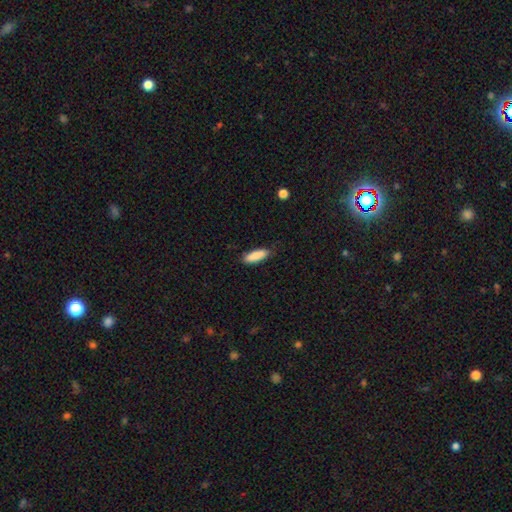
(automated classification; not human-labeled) A smooth galaxy with no disk features (87%) that is in between round and cigar-shaped (55%). Merging: none (82%).